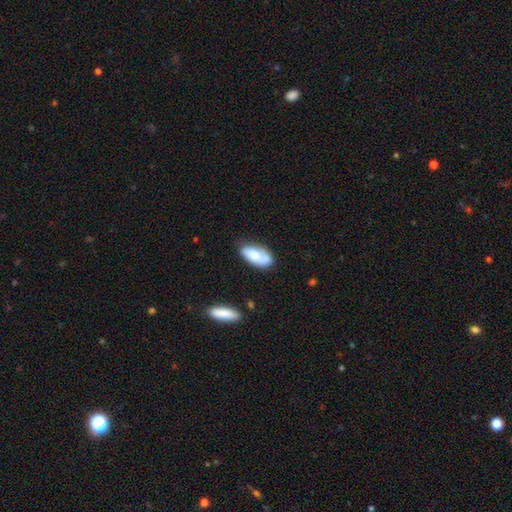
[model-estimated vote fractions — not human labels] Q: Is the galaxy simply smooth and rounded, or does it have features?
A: smooth — 68%.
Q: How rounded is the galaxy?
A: in between — 91%.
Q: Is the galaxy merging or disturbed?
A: none — 65%.